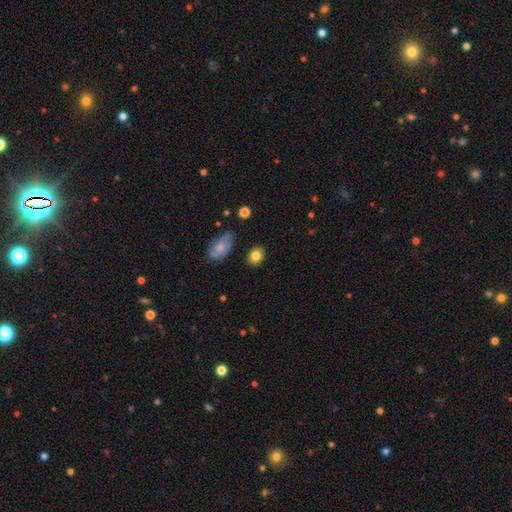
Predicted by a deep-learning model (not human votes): The model was most divided on "how rounded": in between: 59%, round: 39%, cigar-shaped: 2%. More confident: smooth or featured — smooth (83%); merging — none (82%).